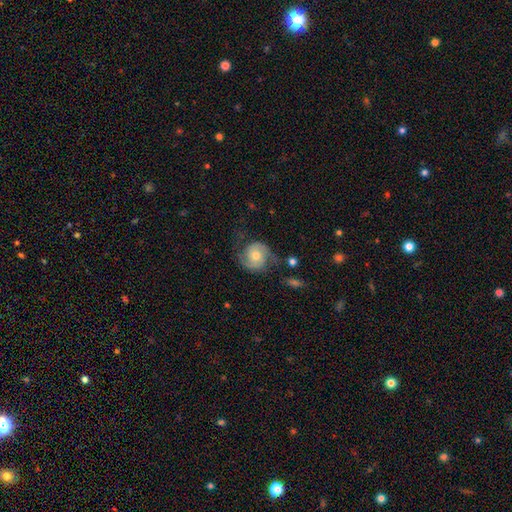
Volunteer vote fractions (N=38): Smooth or featured?
  - featured or disk: 74% *
  - smooth: 21%
  - star or artifact: 5%
Edge-on disk?
  - no: 96% *
  - yes: 4%
Bar?
  - no: 59% *
  - weak: 33%
  - strong: 7%
Spiral arms?
  - yes: 89% *
  - no: 11%
Spiral winding?
  - medium: 42% *
  - tight: 38%
  - loose: 21%
Spiral arm count?
  - 2: 96% *
  - can't tell: 4%
  - 1: 0%
  - 3: 0%
  - 4: 0%
  - more than 4: 0%
Bulge size?
  - moderate: 70% *
  - small: 26%
  - none: 4%
  - dominant: 0%
  - large: 0%
Merging?
  - none: 67% *
  - minor disturbance: 28%
  - major disturbance: 6%
  - merger: 0%